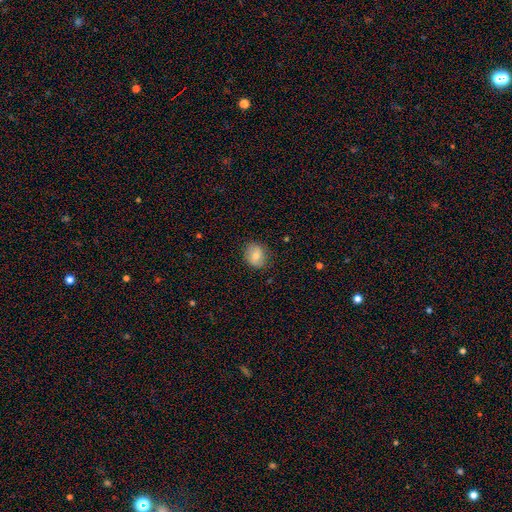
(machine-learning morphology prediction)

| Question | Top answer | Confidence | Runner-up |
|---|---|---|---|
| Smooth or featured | smooth | 73% | featured or disk (18%) |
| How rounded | round | 54% | in between (45%) |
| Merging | none | 82% | minor disturbance (13%) |